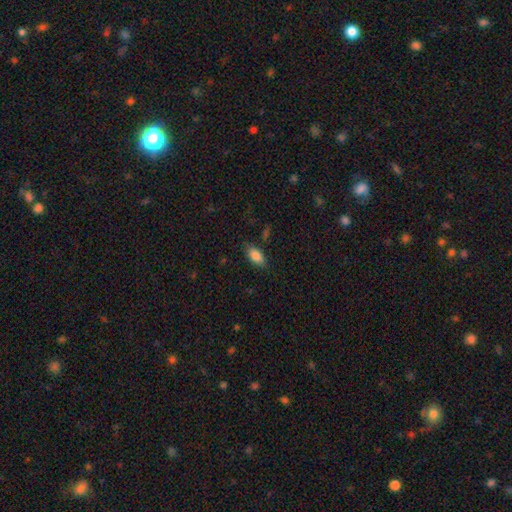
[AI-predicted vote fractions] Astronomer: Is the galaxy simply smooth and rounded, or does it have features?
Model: smooth — 86%.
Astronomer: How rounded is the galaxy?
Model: in between — 90%.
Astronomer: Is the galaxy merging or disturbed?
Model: none — 81%.